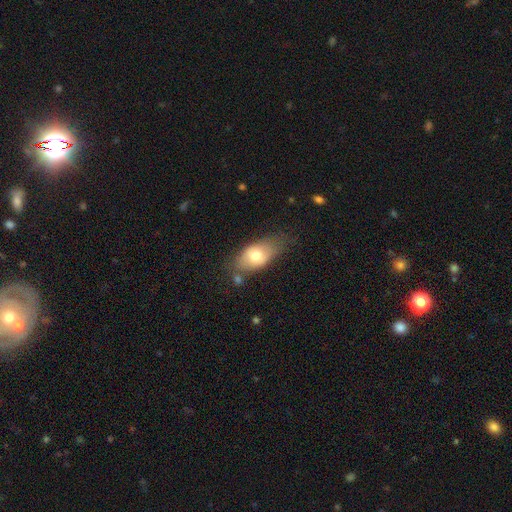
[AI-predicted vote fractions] Smooth or featured? Predicted: smooth (p=0.67). How rounded? Predicted: in between (p=0.87). Merging? Predicted: none (p=0.60).